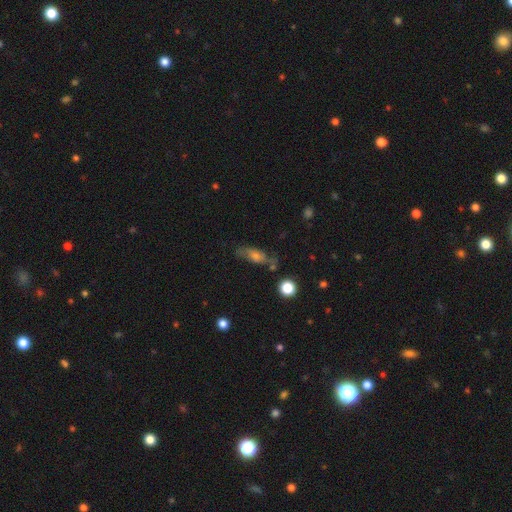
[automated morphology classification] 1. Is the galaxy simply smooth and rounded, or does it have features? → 53% smooth, 35% featured or disk, 12% star or artifact.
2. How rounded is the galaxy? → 64% in between, 28% cigar-shaped, 8% round.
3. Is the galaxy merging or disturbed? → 61% none, 23% minor disturbance, 9% major disturbance, 7% merger.